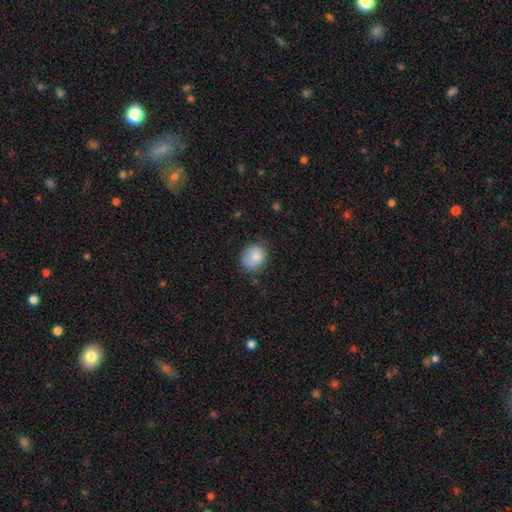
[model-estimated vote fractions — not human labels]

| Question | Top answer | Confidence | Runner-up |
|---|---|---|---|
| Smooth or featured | smooth | 85% | star or artifact (8%) |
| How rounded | round | 53% | in between (46%) |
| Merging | none | 67% | minor disturbance (25%) |